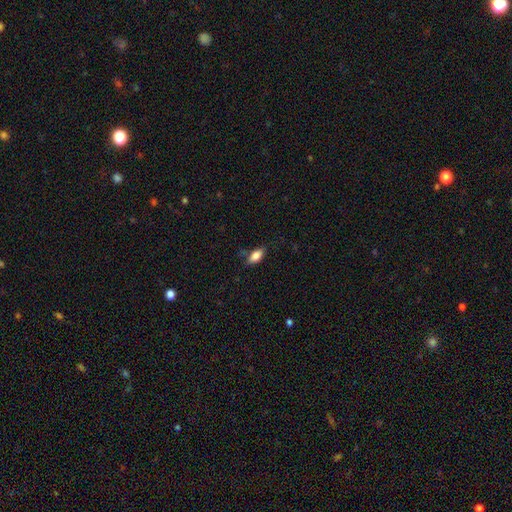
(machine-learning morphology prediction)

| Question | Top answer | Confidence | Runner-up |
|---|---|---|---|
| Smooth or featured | smooth | 83% | featured or disk (10%) |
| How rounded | in between | 88% | cigar-shaped (8%) |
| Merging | none | 71% | minor disturbance (21%) |